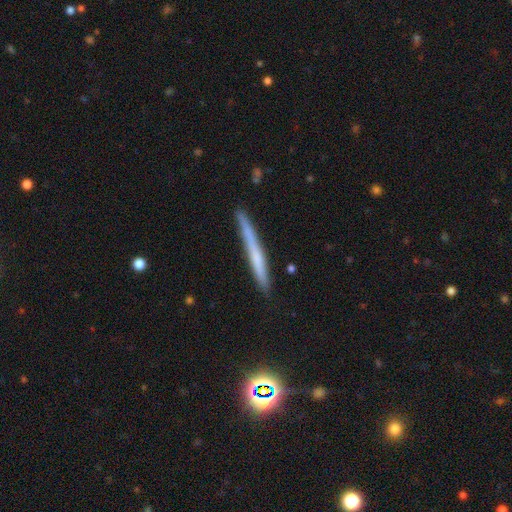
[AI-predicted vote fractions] A smooth galaxy with no disk features (48%).

Vote fractions:
- Smooth or featured? smooth: 48% / featured or disk: 43% / star or artifact: 8%
- Merging? none: 84% / minor disturbance: 12% / major disturbance: 2% / merger: 2%